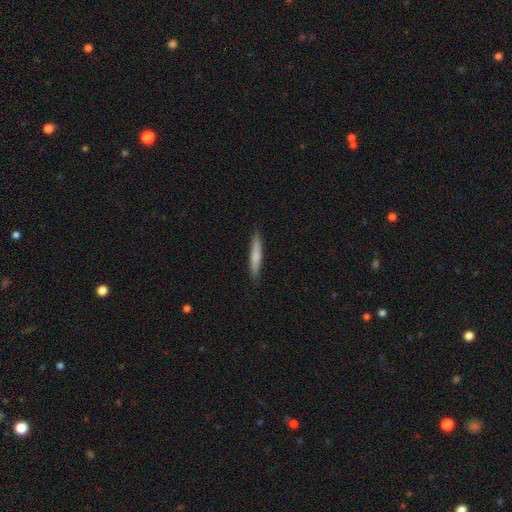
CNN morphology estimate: Q: Smooth or featured?
A: smooth (74%); runner-up: featured or disk (21%)
Q: How rounded?
A: cigar-shaped (94%); runner-up: in between (5%)
Q: Merging?
A: none (90%); runner-up: minor disturbance (7%)